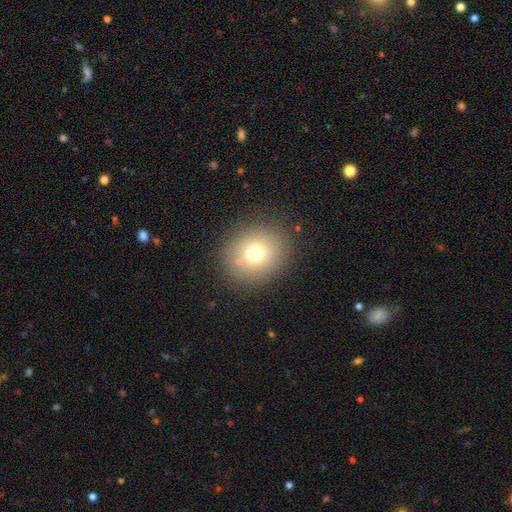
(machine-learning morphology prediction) Q: Smooth or featured?
A: smooth (72%); runner-up: star or artifact (15%)
Q: How rounded?
A: round (78%); runner-up: in between (21%)
Q: Merging?
A: none (87%); runner-up: minor disturbance (8%)